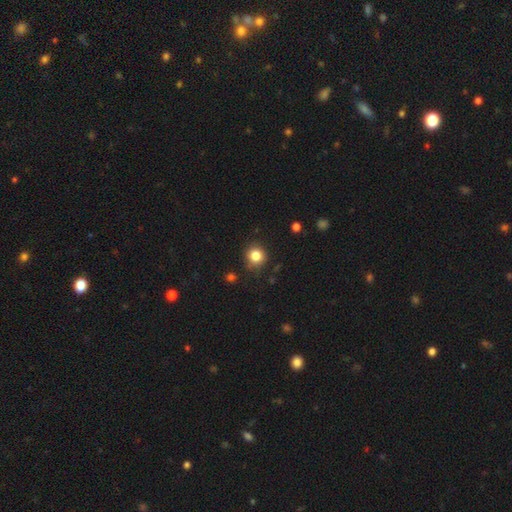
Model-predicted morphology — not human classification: Overall: smooth (83%). How rounded: round (91%). Merging: none (85%).